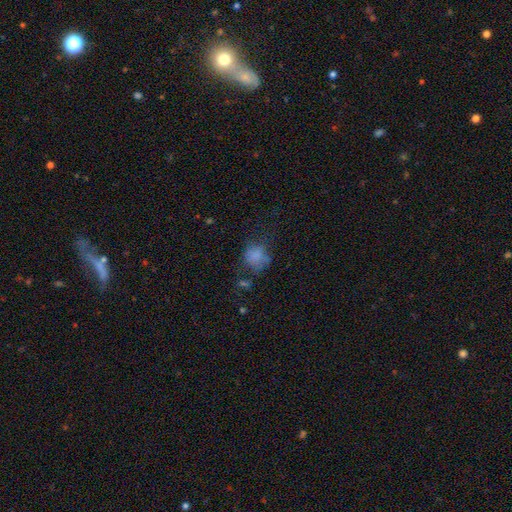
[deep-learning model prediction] Smooth or featured? smooth (70%)
How rounded? round (61%)
Merging? none (45%)